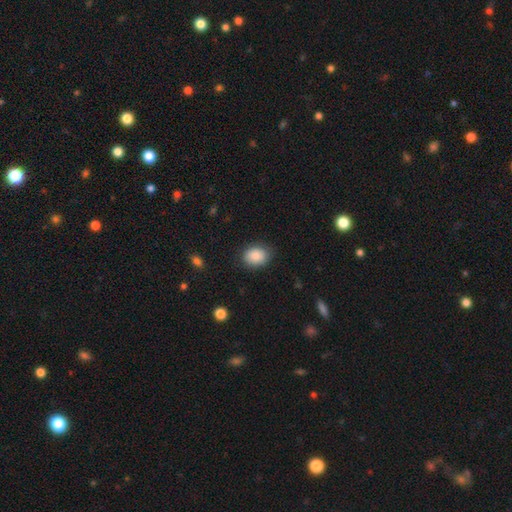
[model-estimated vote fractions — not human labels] This is clearly a smooth galaxy (87%). How rounded: possibly in between (56%). Merging: clearly none (82%).